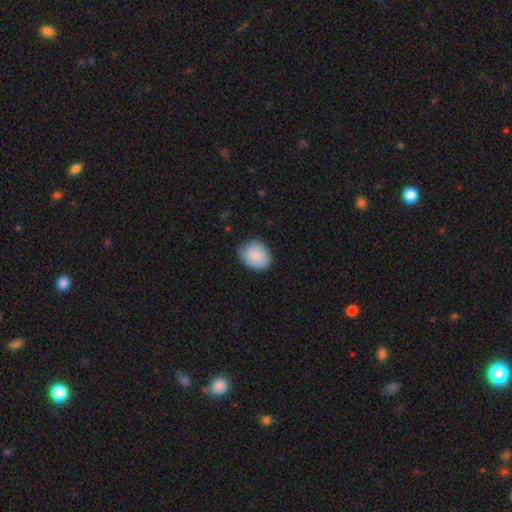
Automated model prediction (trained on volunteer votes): The model was most divided on "how rounded": round: 55%, in between: 44%, cigar-shaped: 1%. More confident: smooth or featured — smooth (83%); merging — none (70%).